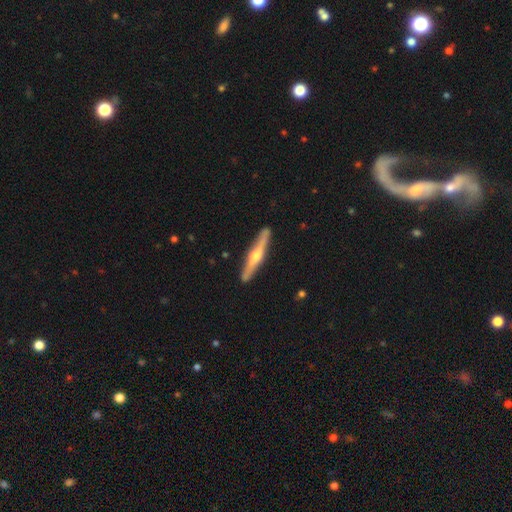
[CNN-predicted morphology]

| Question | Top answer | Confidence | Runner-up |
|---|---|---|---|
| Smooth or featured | featured or disk | 72% | smooth (23%) |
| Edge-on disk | yes | 97% | no (3%) |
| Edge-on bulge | rounded | 91% | none (5%) |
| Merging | none | 90% | minor disturbance (8%) |